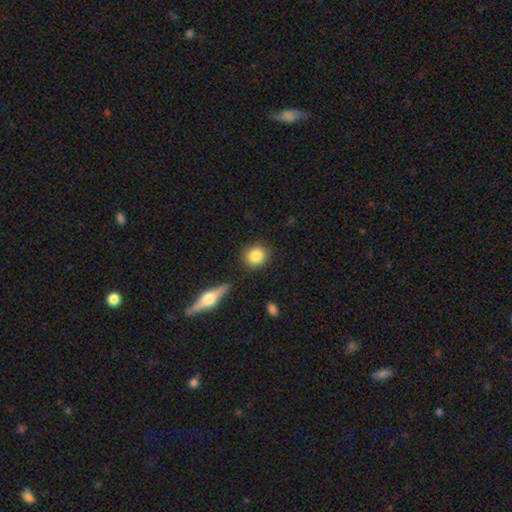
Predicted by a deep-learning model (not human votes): smooth 84%, featured or disk 9%, star or artifact 7%. Down the decision tree: how rounded — round (83%); merging — none (83%).